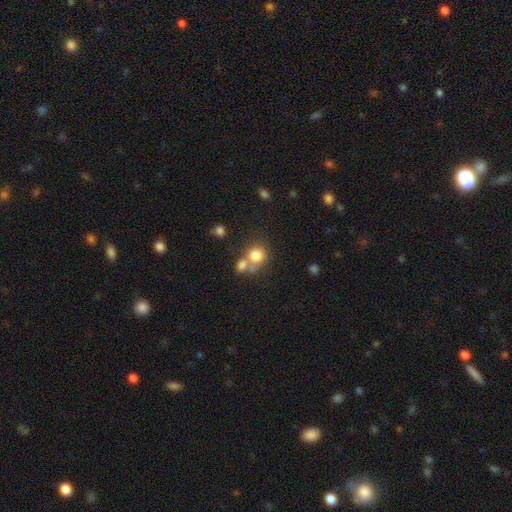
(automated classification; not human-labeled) Q: Smooth or featured?
A: smooth (79%); runner-up: star or artifact (11%)
Q: How rounded?
A: round (78%); runner-up: in between (21%)
Q: Merging?
A: none (43%); runner-up: merger (41%)